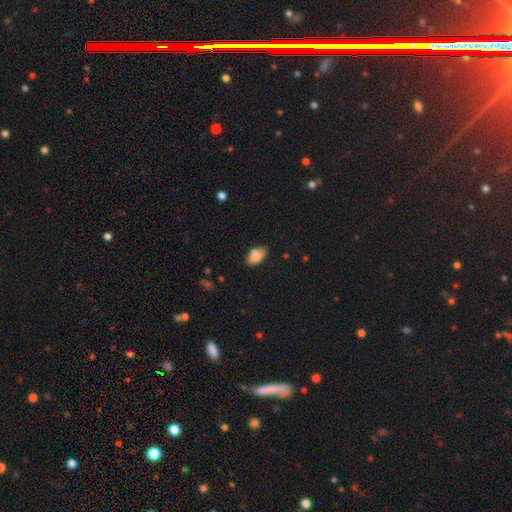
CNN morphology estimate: smooth_or_featured: smooth (p=0.78) [alt: featured or disk p=0.13]
how_rounded: in between (p=0.90) [alt: round p=0.05]
merging: none (p=0.53) [alt: minor disturbance p=0.27]